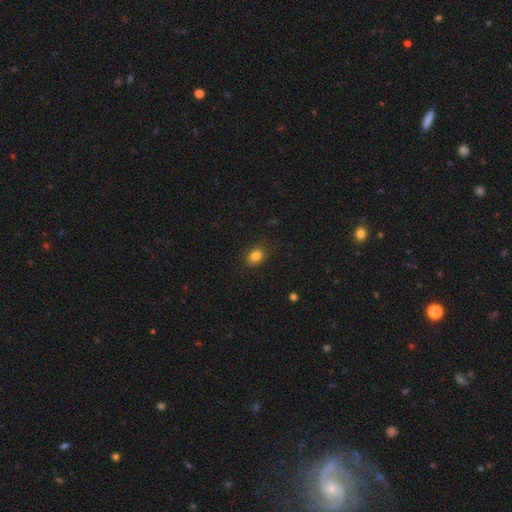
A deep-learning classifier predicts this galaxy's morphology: Smooth or featured: smooth — 83% (star or artifact — 11%)
How rounded: in between — 65% (round — 34%)
Merging: none — 83% (minor disturbance — 13%)